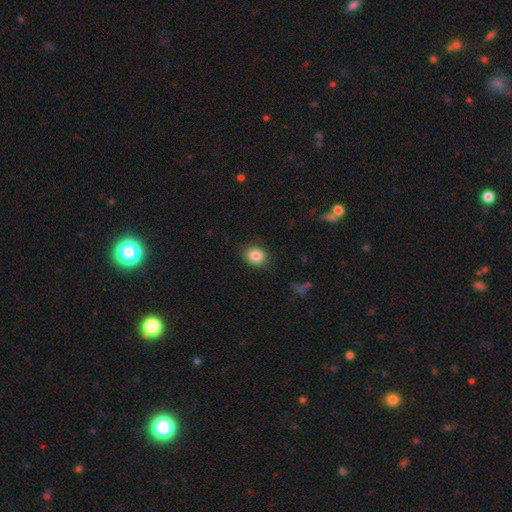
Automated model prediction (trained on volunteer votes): Smooth or featured? smooth (86%)
How rounded? round (55%)
Merging? none (86%)